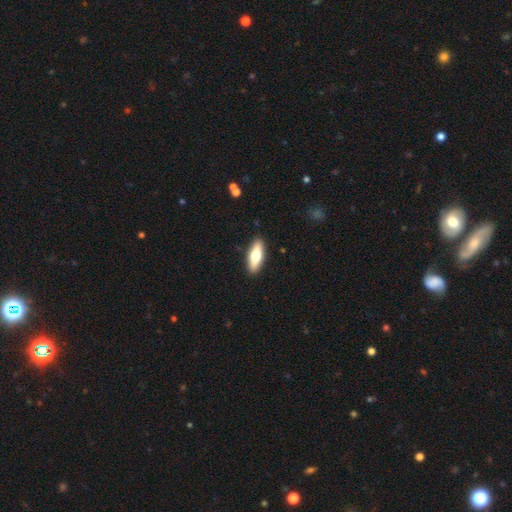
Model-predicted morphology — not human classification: smooth 64%, featured or disk 31%, star or artifact 6%. Down the decision tree: how rounded — in between (58%); merging — none (90%).